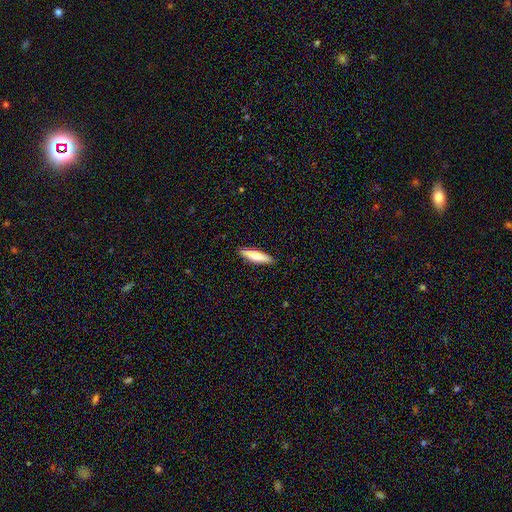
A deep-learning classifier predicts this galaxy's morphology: Smooth or featured? smooth (71%)
How rounded? cigar-shaped (65%)
Merging? none (87%)